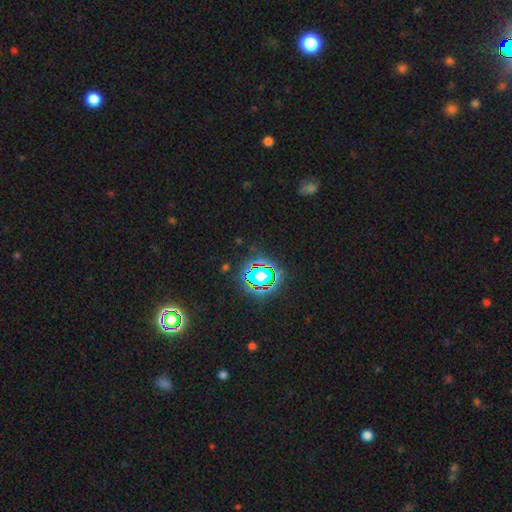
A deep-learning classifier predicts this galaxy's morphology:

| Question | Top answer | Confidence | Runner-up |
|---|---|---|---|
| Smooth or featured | star or artifact | 79% | smooth (14%) |